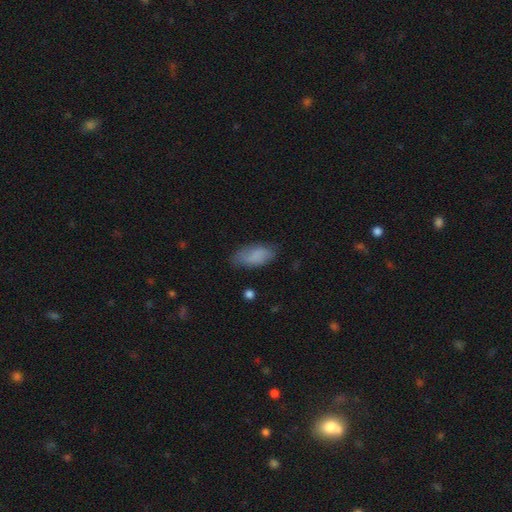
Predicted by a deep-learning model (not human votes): Overall: smooth (79%). How rounded: in between (90%). Merging: none (70%).